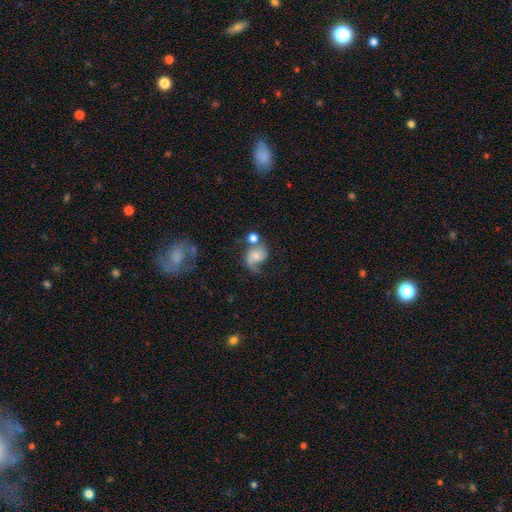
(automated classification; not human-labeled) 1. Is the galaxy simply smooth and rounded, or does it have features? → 54% featured or disk, 36% smooth, 10% star or artifact.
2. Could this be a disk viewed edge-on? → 97% no, 3% yes.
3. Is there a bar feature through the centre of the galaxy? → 71% no, 24% weak, 5% strong.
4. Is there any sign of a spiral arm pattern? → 84% yes, 16% no.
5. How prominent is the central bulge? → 46% small, 40% moderate, 7% none, 5% large, 2% dominant.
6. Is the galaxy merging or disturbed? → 36% none, 22% merger, 21% major disturbance, 21% minor disturbance.